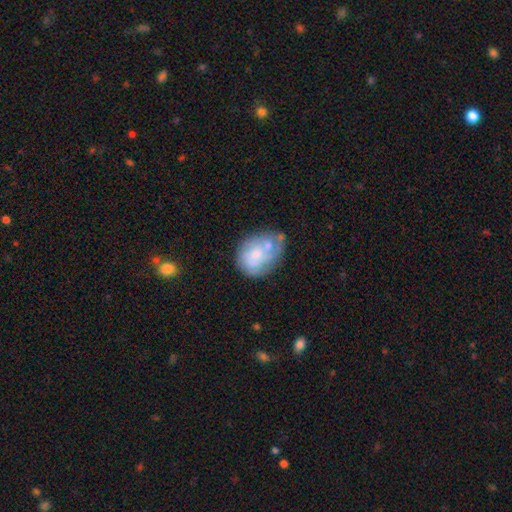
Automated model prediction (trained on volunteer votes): Overall: featured or disk (50%; smooth 43%). Merging: none (43%; minor disturbance 25%).